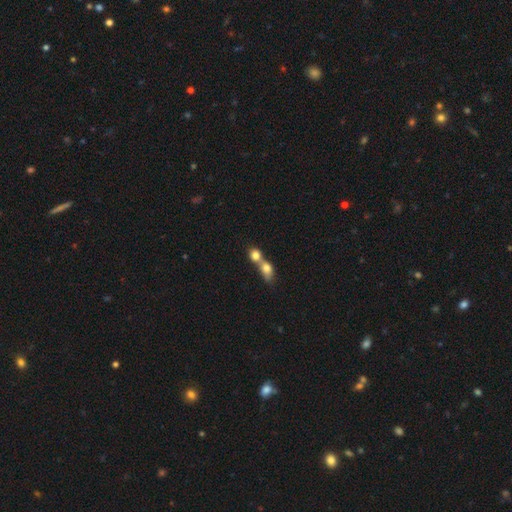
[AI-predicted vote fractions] smooth_or_featured: smooth (p=0.77) [alt: featured or disk p=0.13]
how_rounded: round (p=0.61) [alt: in between p=0.36]
merging: merger (p=0.74) [alt: none p=0.18]